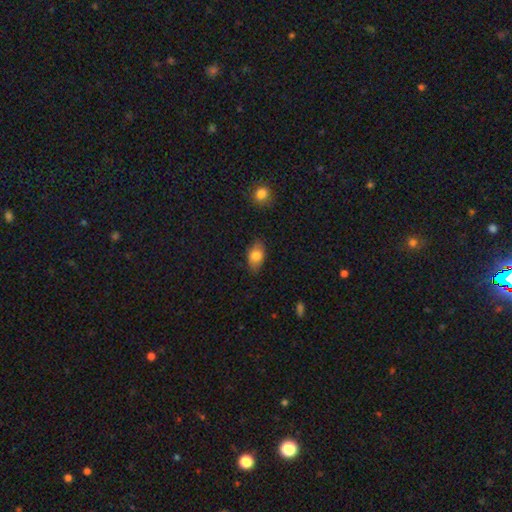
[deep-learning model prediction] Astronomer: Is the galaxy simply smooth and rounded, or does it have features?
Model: smooth — 79%.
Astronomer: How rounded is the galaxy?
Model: in between — 89%.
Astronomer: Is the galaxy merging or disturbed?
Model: none — 79%.